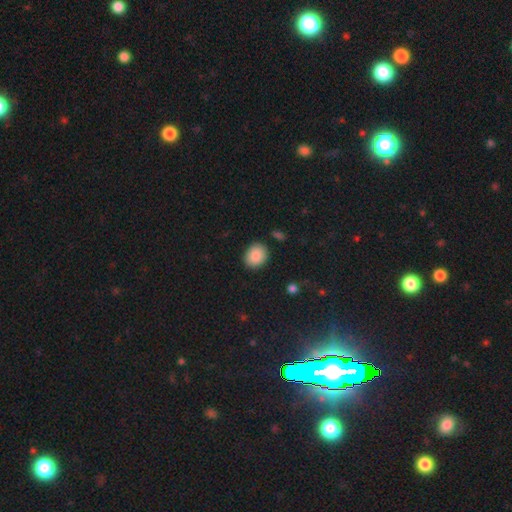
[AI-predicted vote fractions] Smooth or featured? Predicted: smooth (p=0.88). How rounded? Predicted: round (p=0.56). Merging? Predicted: none (p=0.86).